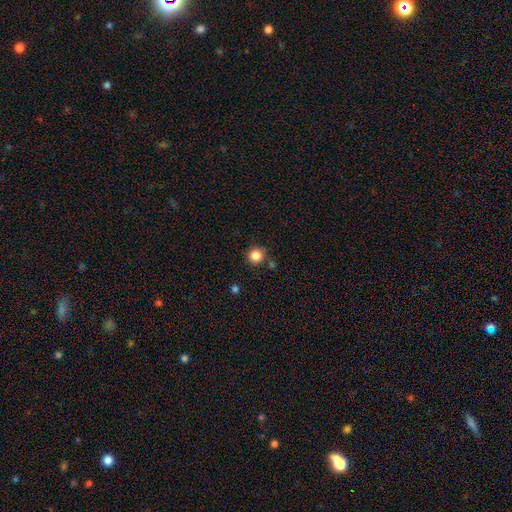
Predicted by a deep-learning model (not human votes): smooth-or-featured: smooth: 86% | star or artifact: 11% | featured or disk: 4%
  how-rounded: round: 94% | in between: 5% | cigar-shaped: 1%
  merging: none: 84% | minor disturbance: 8% | merger: 5% | major disturbance: 3%